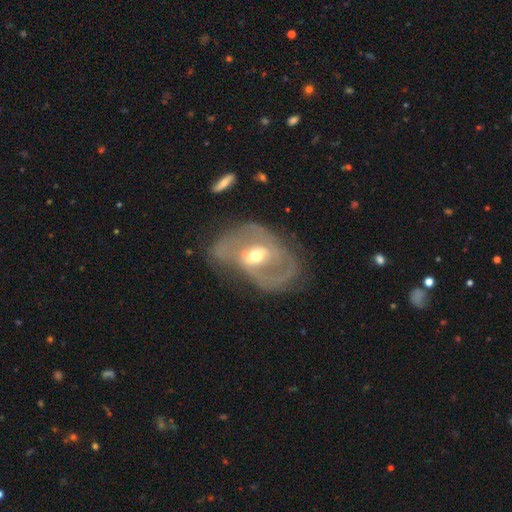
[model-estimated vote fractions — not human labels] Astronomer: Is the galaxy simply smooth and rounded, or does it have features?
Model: featured or disk — 78%.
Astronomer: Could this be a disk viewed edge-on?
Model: no — 94%.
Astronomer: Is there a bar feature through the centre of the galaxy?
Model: weak — 44% (runner-up: no, 33%).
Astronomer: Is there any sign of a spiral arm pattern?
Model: yes — 65%.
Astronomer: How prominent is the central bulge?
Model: moderate — 69%.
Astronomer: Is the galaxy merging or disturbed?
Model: none — 59%.